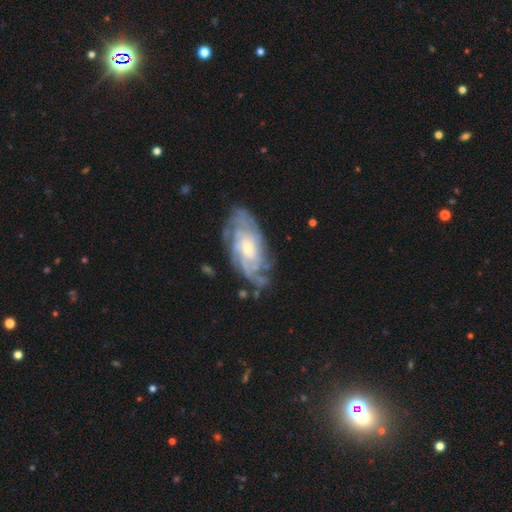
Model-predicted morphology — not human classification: smooth_or_featured: featured or disk (p=0.77) [alt: smooth p=0.14]
disk_edge_on: no (p=0.92) [alt: yes p=0.08]
bar: no (p=0.68) [alt: weak p=0.27]
has_spiral_arms: yes (p=0.92) [alt: no p=0.08]
spiral_winding: tight (p=0.67) [alt: medium p=0.26]
spiral_arm_count: can't tell (p=0.51) [alt: 4 p=0.12]
bulge_size: moderate (p=0.51) [alt: small p=0.39]
merging: none (p=0.76) [alt: minor disturbance p=0.17]